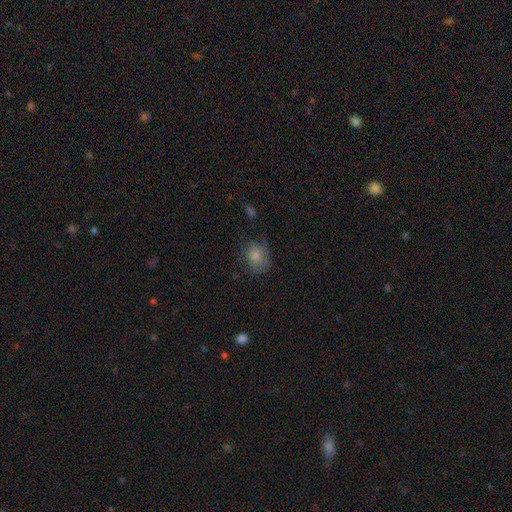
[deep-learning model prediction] This appears to be a smooth galaxy with no disk features (75%) that is round (65%). Merging: none (54%).